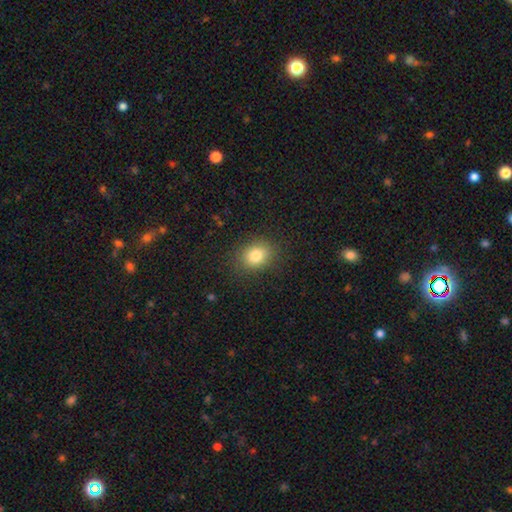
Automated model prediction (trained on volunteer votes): Smooth or featured: smooth — 81% (star or artifact — 11%)
How rounded: in between — 53% (round — 46%)
Merging: none — 86% (minor disturbance — 10%)